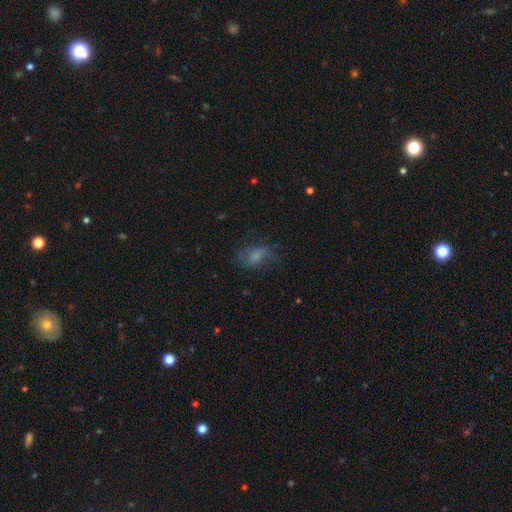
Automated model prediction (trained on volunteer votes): smooth 57%, featured or disk 30%, star or artifact 13%. Down the decision tree: how rounded — in between (74%); merging — none (51%).